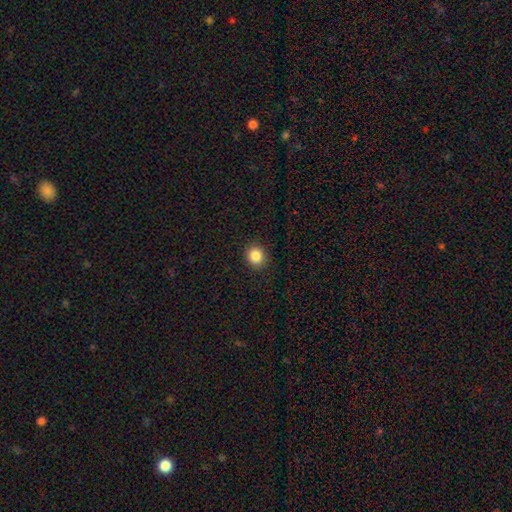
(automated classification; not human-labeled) Q: Smooth or featured?
A: smooth (85%); runner-up: star or artifact (10%)
Q: How rounded?
A: round (76%); runner-up: in between (23%)
Q: Merging?
A: none (92%); runner-up: minor disturbance (5%)